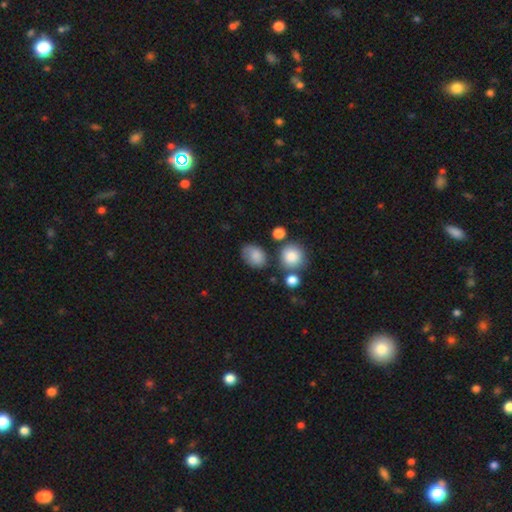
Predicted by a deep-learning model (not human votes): smooth_or_featured: smooth (p=0.82) [alt: featured or disk p=0.09]
how_rounded: in between (p=0.76) [alt: round p=0.22]
merging: none (p=0.65) [alt: minor disturbance p=0.21]